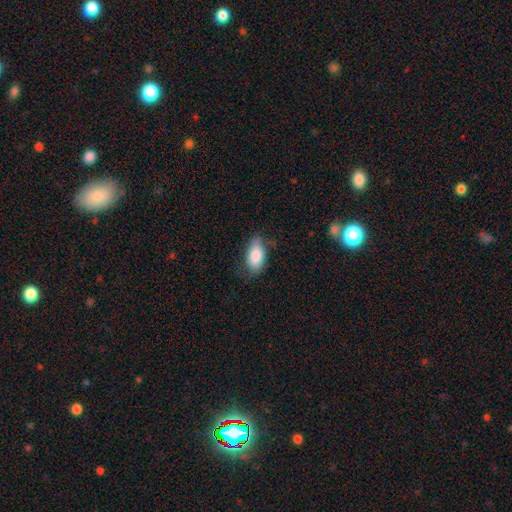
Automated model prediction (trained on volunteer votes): A smooth galaxy with no disk features (81%) that is in between round and cigar-shaped (92%). Merging: none (62%).